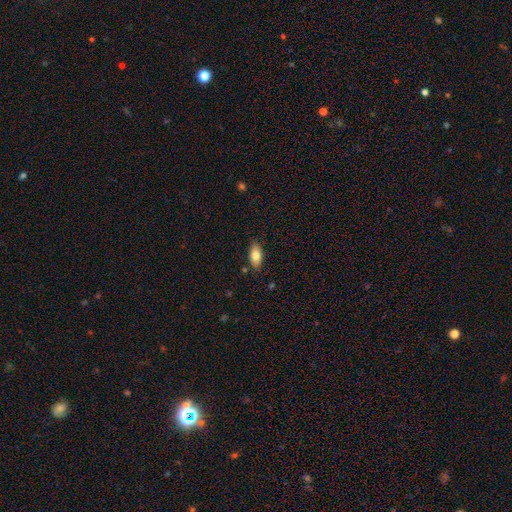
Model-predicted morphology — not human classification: This is likely a smooth galaxy (79%). How rounded: clearly in between (89%). Merging: clearly none (84%).